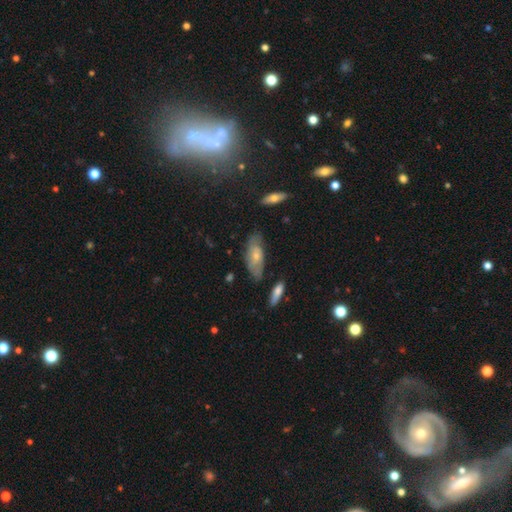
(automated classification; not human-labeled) Smooth or featured?
  - smooth: 52% *
  - featured or disk: 41%
  - star or artifact: 7%
How rounded?
  - in between: 81% *
  - cigar-shaped: 16%
  - round: 3%
Merging?
  - none: 62% *
  - minor disturbance: 27%
  - major disturbance: 7%
  - merger: 4%